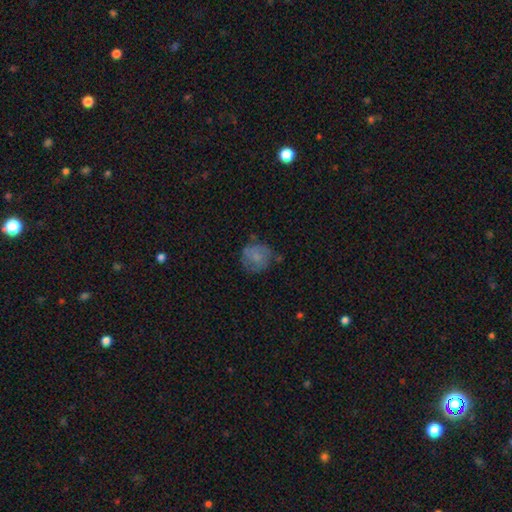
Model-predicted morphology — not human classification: Smooth or featured? smooth (61%)
How rounded? round (84%)
Merging? none (63%)